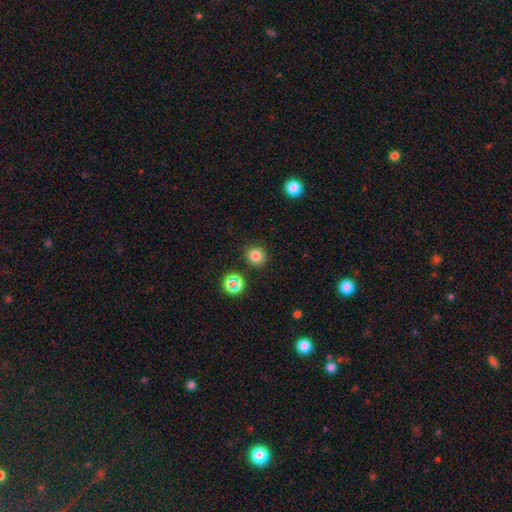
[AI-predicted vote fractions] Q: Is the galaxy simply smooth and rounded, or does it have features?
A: smooth — 78%.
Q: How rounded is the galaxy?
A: round — 91%.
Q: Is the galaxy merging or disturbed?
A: none — 89%.